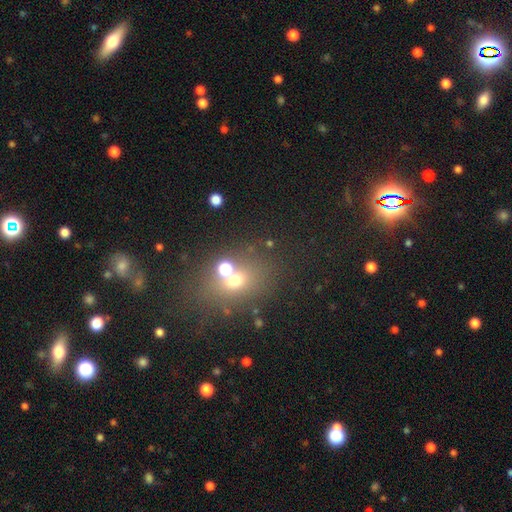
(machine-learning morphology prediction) Smooth or featured? star or artifact (50%)